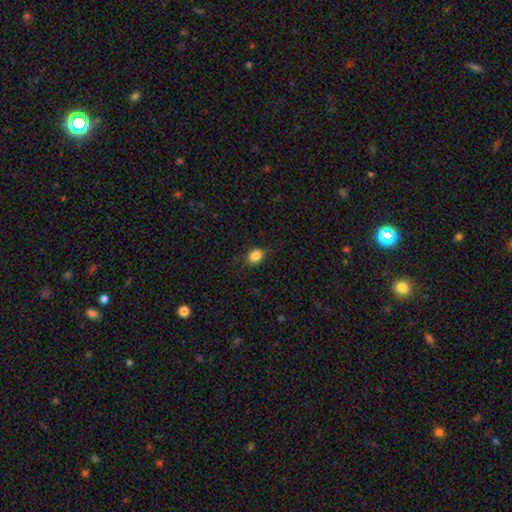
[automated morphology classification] A smooth galaxy with no disk features (85%) that is in between round and cigar-shaped (63%). Merging: none (81%).